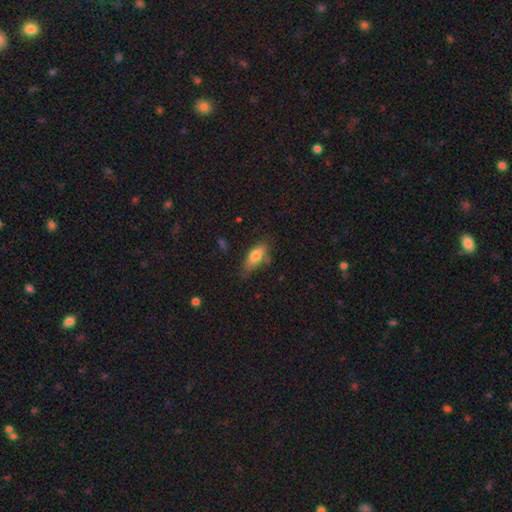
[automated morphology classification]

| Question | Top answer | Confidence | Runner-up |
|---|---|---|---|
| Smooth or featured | smooth | 76% | featured or disk (17%) |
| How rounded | in between | 76% | cigar-shaped (21%) |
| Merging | none | 64% | minor disturbance (26%) |